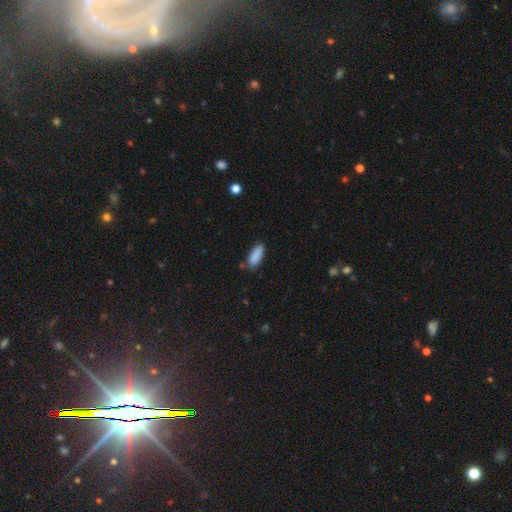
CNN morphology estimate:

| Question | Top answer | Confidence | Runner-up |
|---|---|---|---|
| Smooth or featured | smooth | 89% | star or artifact (7%) |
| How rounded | in between | 72% | cigar-shaped (27%) |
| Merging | none | 77% | minor disturbance (16%) |